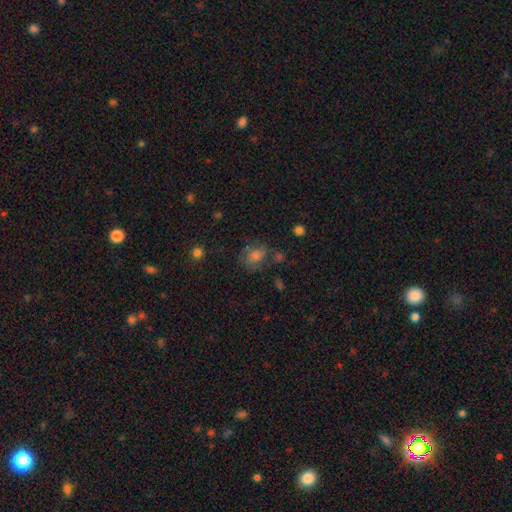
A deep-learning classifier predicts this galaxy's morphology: smooth 54%, featured or disk 27%, star or artifact 19%. Down the decision tree: how rounded — round (51%); merging — none (55%).